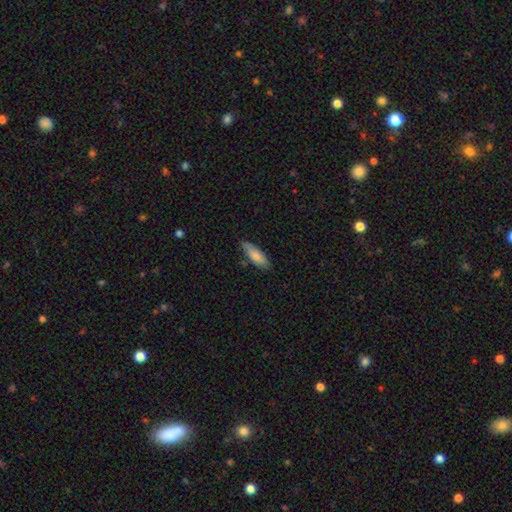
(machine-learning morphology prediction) The model was most divided on "how rounded": in between: 60%, cigar-shaped: 38%, round: 2%. More confident: smooth or featured — smooth (82%); merging — none (75%).